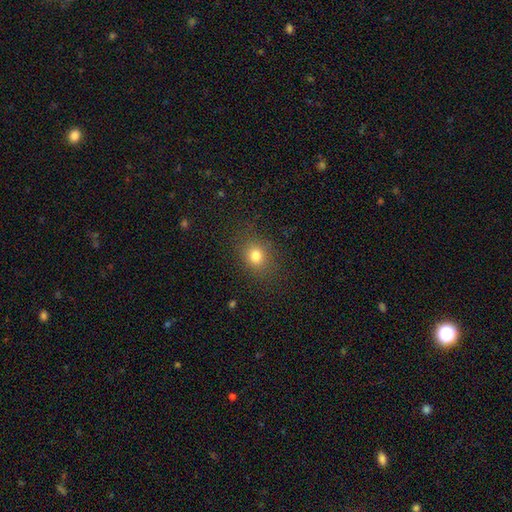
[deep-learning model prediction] This is likely a smooth galaxy (79%). How rounded: likely round (61%). Merging: clearly none (84%).